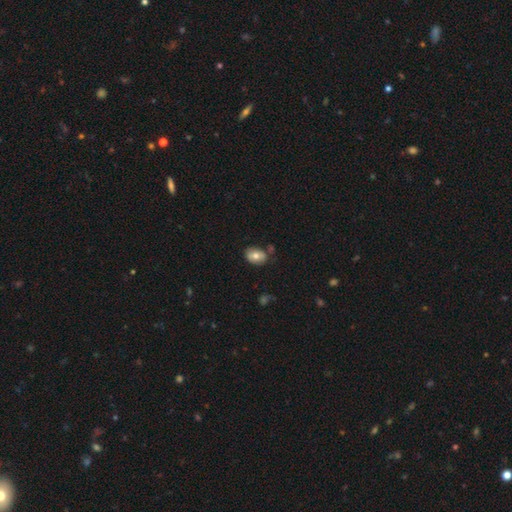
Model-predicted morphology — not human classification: A smooth galaxy with no disk features (71%) that is in between round and cigar-shaped (78%).

Vote fractions:
- Smooth or featured? smooth: 71% / featured or disk: 20% / star or artifact: 8%
- How rounded? in between: 78% / round: 21% / cigar-shaped: 1%
- Merging? none: 71% / minor disturbance: 19% / merger: 6% / major disturbance: 4%